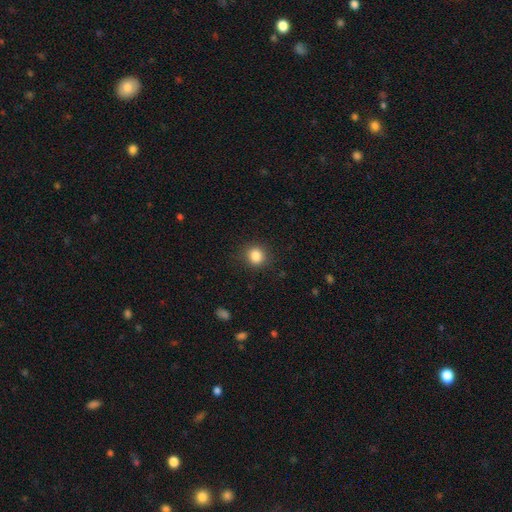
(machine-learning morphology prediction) Smooth or featured: smooth — 85% (star or artifact — 11%)
How rounded: round — 83% (in between — 16%)
Merging: none — 87% (minor disturbance — 9%)